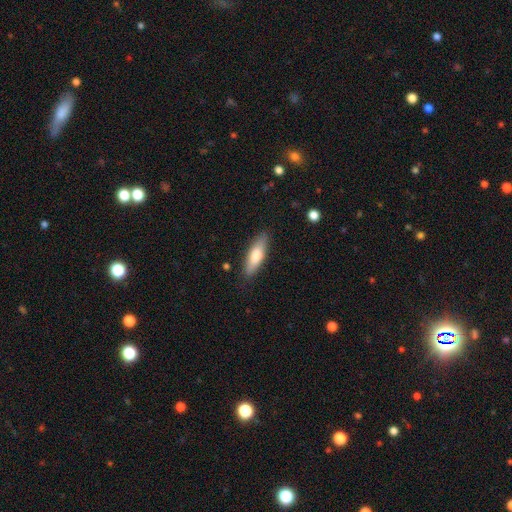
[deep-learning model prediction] A smooth galaxy with no disk features (72%) that is cigar-shaped (51%).

Vote fractions:
- Smooth or featured? smooth: 72% / featured or disk: 22% / star or artifact: 6%
- How rounded? cigar-shaped: 51% / in between: 47% / round: 2%
- Merging? none: 85% / minor disturbance: 11% / major disturbance: 2% / merger: 1%